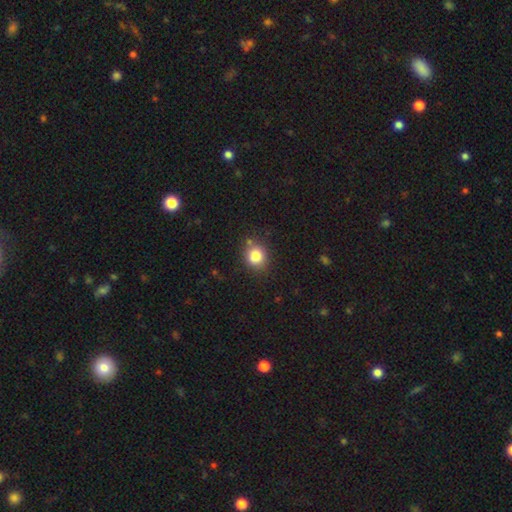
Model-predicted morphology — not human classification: smooth-or-featured: smooth: 82% | star or artifact: 11% | featured or disk: 7%
  how-rounded: round: 77% | in between: 22% | cigar-shaped: 1%
  merging: none: 78% | minor disturbance: 13% | merger: 5% | major disturbance: 3%